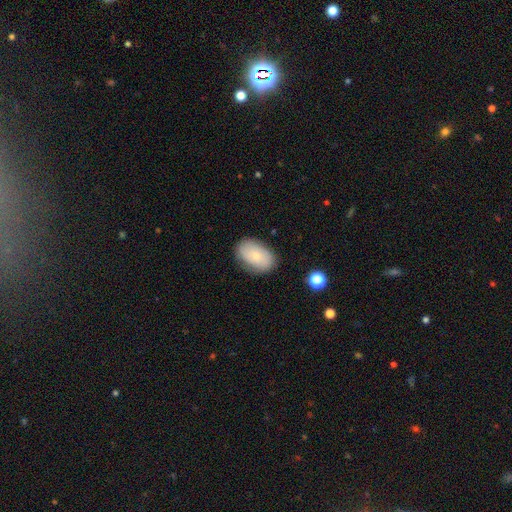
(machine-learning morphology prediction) A smooth galaxy with no disk features (74%) that is in between round and cigar-shaped (89%).

Vote fractions:
- Smooth or featured? smooth: 74% / featured or disk: 19% / star or artifact: 7%
- How rounded? in between: 89% / round: 10% / cigar-shaped: 1%
- Merging? none: 80% / minor disturbance: 15% / major disturbance: 3% / merger: 1%